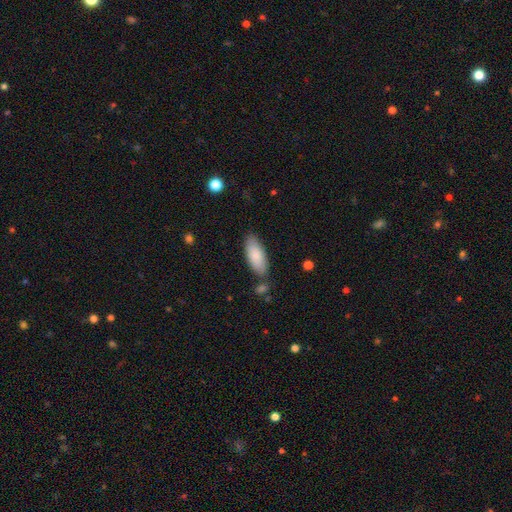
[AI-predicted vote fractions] smooth 84%, featured or disk 10%, star or artifact 6%. Down the decision tree: how rounded — in between (81%); merging — none (77%).